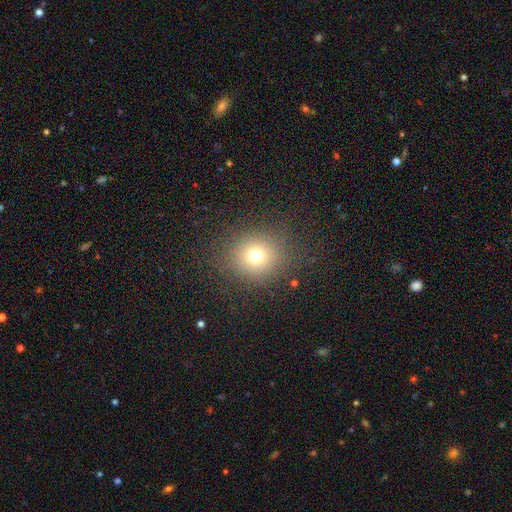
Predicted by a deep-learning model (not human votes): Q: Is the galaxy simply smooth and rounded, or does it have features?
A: smooth — 70%.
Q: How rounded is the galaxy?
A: round — 85%.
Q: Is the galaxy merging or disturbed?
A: none — 84%.